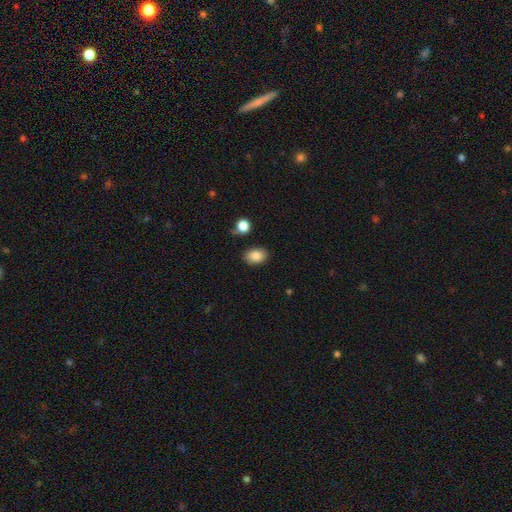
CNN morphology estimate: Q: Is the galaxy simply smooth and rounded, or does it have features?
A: smooth — 85%.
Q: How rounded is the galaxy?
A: in between — 79%.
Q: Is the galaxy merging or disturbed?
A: none — 84%.